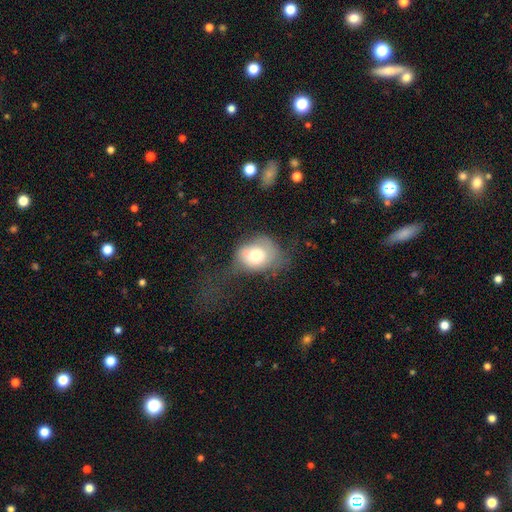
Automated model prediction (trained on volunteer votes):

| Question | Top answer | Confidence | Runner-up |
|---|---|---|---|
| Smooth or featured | smooth | 66% | featured or disk (24%) |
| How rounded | round | 54% | in between (45%) |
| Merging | none | 34% | major disturbance (30%) |